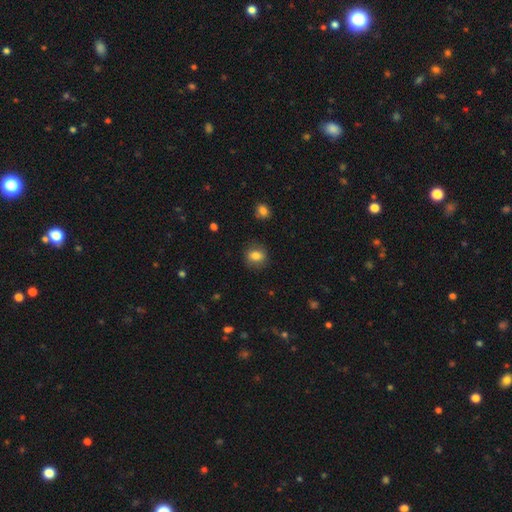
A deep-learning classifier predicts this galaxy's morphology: Smooth or featured: smooth — 82% (star or artifact — 10%)
How rounded: round — 59% (in between — 40%)
Merging: none — 84% (minor disturbance — 11%)